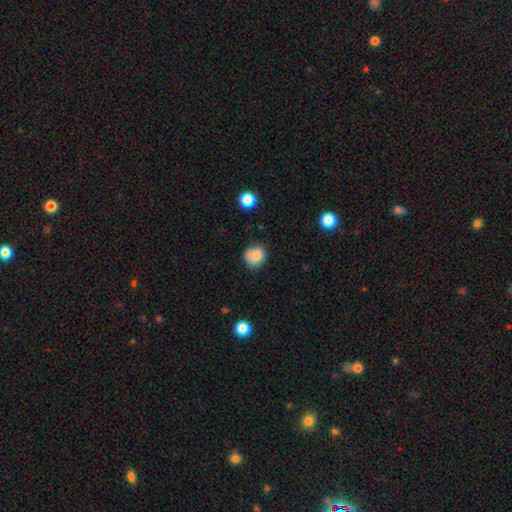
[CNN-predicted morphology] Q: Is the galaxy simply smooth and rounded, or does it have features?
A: smooth — 80%.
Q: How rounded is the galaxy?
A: round — 76%.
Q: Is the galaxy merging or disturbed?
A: none — 64%.